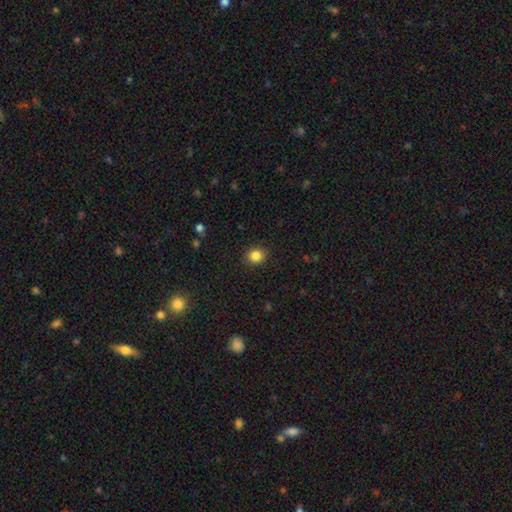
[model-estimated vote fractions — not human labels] smooth_or_featured: smooth (p=0.85) [alt: star or artifact p=0.11]
how_rounded: round (p=0.80) [alt: in between p=0.19]
merging: none (p=0.90) [alt: minor disturbance p=0.07]